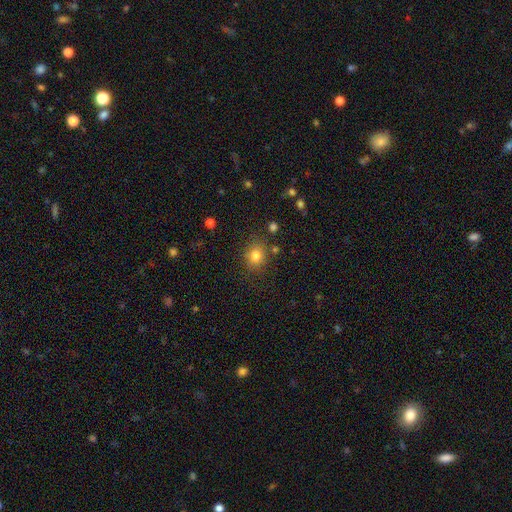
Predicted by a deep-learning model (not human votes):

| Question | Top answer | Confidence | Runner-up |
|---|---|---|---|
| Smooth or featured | smooth | 80% | star or artifact (12%) |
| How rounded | round | 63% | in between (36%) |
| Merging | none | 79% | minor disturbance (13%) |